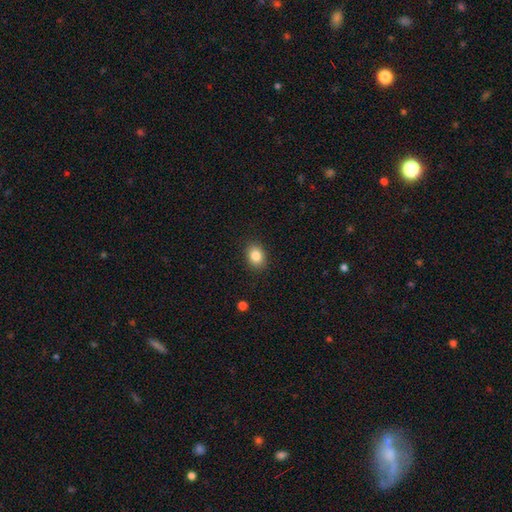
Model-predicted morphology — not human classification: smooth 85%, star or artifact 9%, featured or disk 6%. Down the decision tree: how rounded — in between (65%); merging — none (88%).